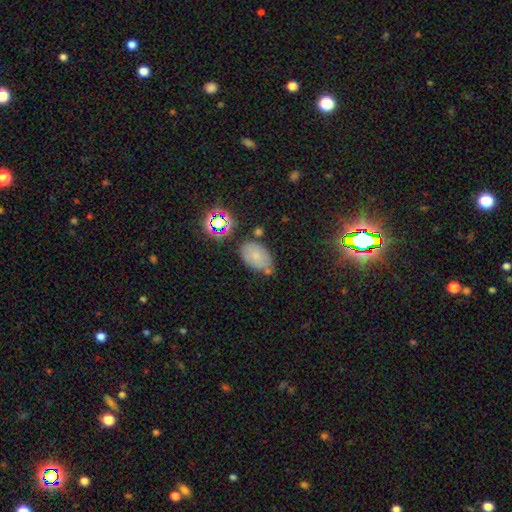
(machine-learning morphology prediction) A smooth galaxy with no disk features (66%) that is in between round and cigar-shaped (89%).

Vote fractions:
- Smooth or featured? smooth: 66% / star or artifact: 17% / featured or disk: 17%
- How rounded? in between: 89% / round: 9% / cigar-shaped: 1%
- Merging? none: 61% / minor disturbance: 24% / merger: 9% / major disturbance: 6%